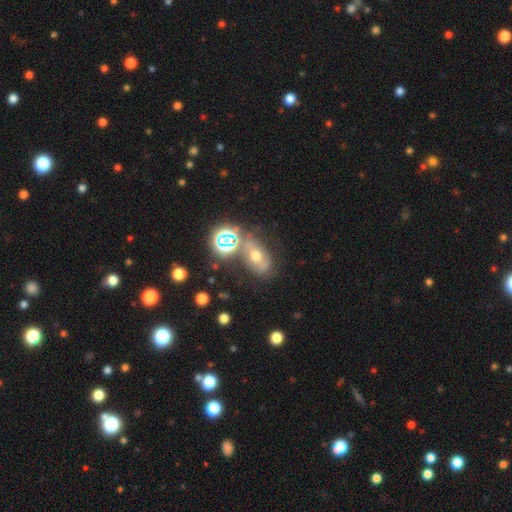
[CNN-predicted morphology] Smooth or featured? Predicted: smooth (p=0.39). Merging? Predicted: none (p=0.53).